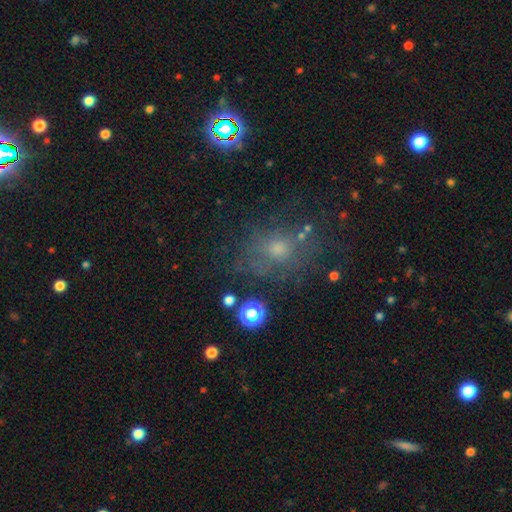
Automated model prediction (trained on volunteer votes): smooth-or-featured: star or artifact: 47% | smooth: 32% | featured or disk: 22%